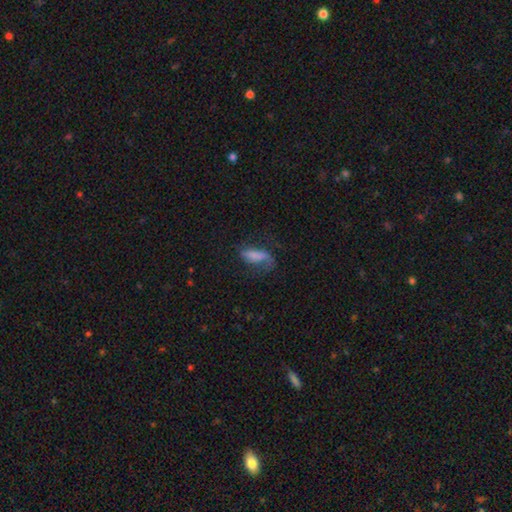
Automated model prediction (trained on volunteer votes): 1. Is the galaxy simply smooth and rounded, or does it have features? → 56% smooth, 34% featured or disk, 10% star or artifact.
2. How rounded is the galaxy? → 62% in between, 35% cigar-shaped, 4% round.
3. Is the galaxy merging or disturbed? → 42% none, 31% major disturbance, 24% minor disturbance, 3% merger.